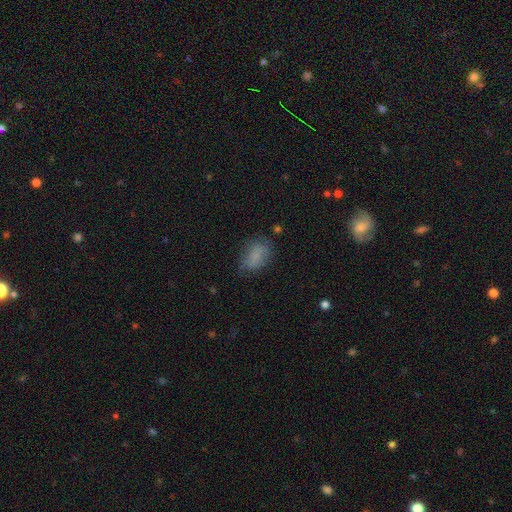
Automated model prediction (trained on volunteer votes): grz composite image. It shows a smooth galaxy with no disk features (78%) that is in between round and cigar-shaped (85%). Merging: none (67%).